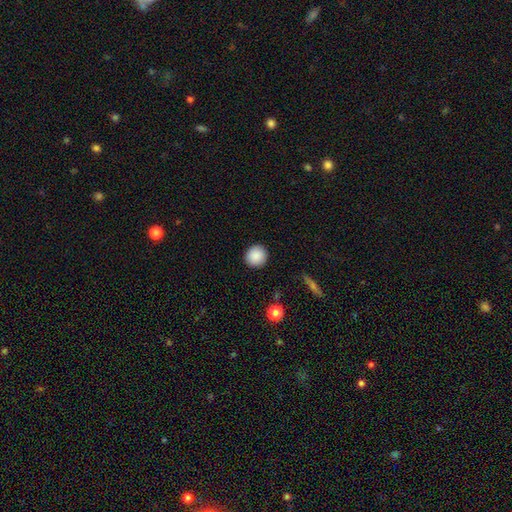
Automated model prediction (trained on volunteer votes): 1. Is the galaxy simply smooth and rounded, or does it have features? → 89% smooth, 8% star or artifact, 3% featured or disk.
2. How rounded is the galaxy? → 92% round, 7% in between, 1% cigar-shaped.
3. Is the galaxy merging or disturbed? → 91% none, 6% minor disturbance, 2% major disturbance, 1% merger.